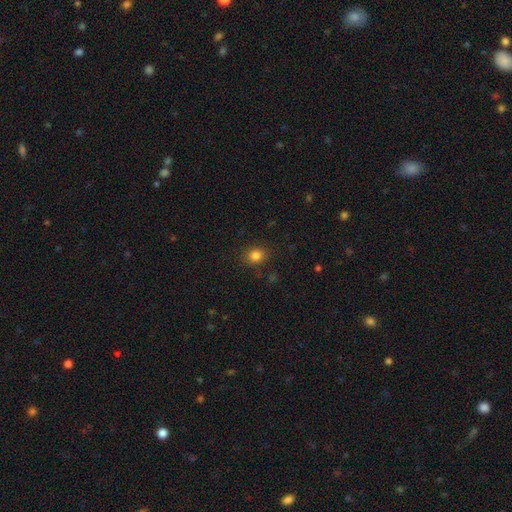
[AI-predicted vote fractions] Smooth or featured? Predicted: smooth (p=0.83). How rounded? Predicted: round (p=0.68). Merging? Predicted: none (p=0.87).